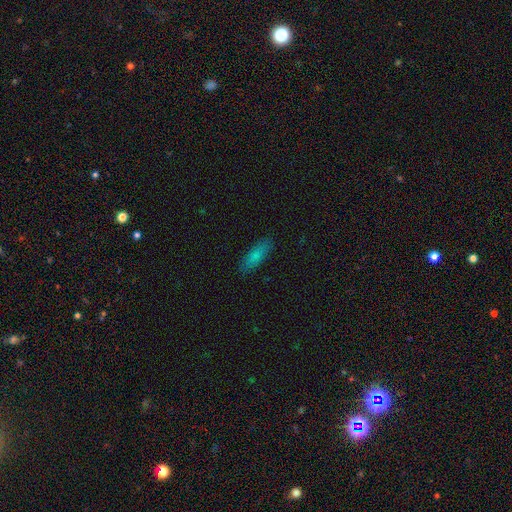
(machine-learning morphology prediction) Smooth or featured?
  - smooth: 79% *
  - featured or disk: 13%
  - star or artifact: 7%
How rounded?
  - in between: 56% *
  - cigar-shaped: 42%
  - round: 2%
Merging?
  - none: 86% *
  - minor disturbance: 11%
  - major disturbance: 2%
  - merger: 1%